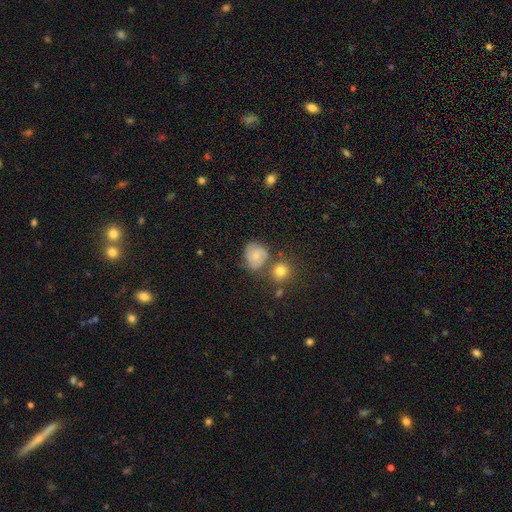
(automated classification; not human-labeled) Overall: smooth (57%; featured or disk 32%). How rounded: round (72%). Merging: none (58%; minor disturbance 21%).